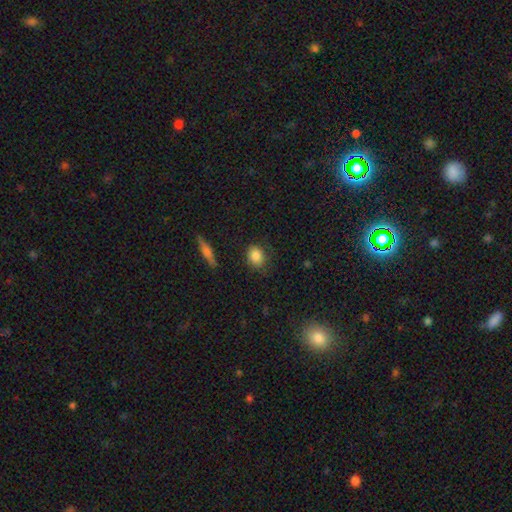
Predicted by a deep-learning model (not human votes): smooth_or_featured: smooth (p=0.86) [alt: star or artifact p=0.08]
how_rounded: round (p=0.55) [alt: in between p=0.43]
merging: none (p=0.76) [alt: minor disturbance p=0.18]